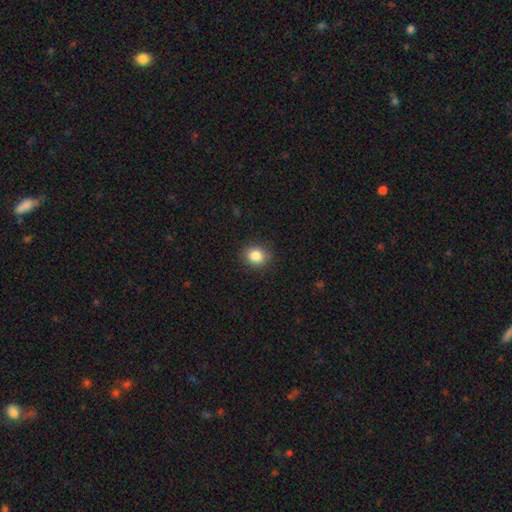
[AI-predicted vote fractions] smooth_or_featured: smooth (p=0.85) [alt: star or artifact p=0.10]
how_rounded: round (p=0.69) [alt: in between p=0.30]
merging: none (p=0.86) [alt: minor disturbance p=0.10]